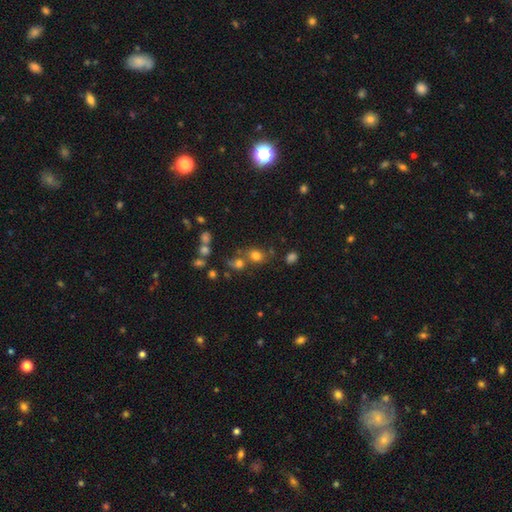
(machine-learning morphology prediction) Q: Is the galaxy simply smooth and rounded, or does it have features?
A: smooth — 73%.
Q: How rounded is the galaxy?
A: round — 66%.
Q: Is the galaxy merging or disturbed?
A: none — 57%.